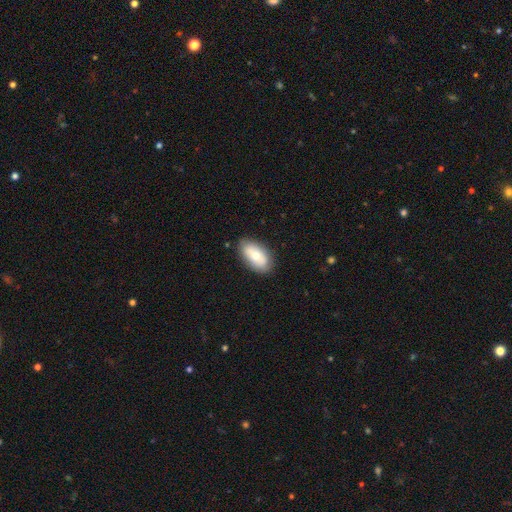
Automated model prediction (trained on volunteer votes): Q: Smooth or featured?
A: smooth (69%); runner-up: featured or disk (24%)
Q: How rounded?
A: in between (93%); runner-up: round (4%)
Q: Merging?
A: none (84%); runner-up: minor disturbance (12%)